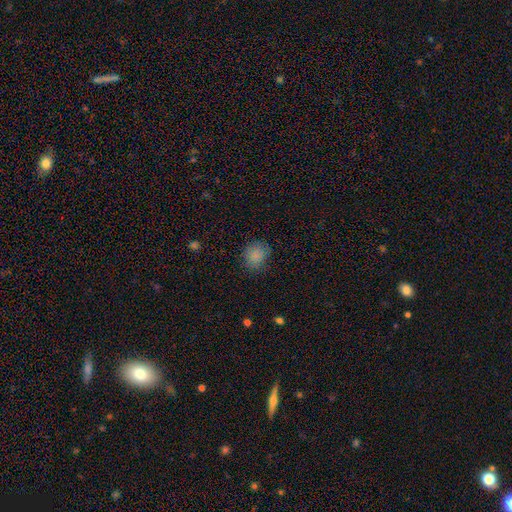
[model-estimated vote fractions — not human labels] smooth_or_featured: smooth (p=0.84) [alt: star or artifact p=0.11]
how_rounded: round (p=0.74) [alt: in between p=0.25]
merging: none (p=0.81) [alt: minor disturbance p=0.14]